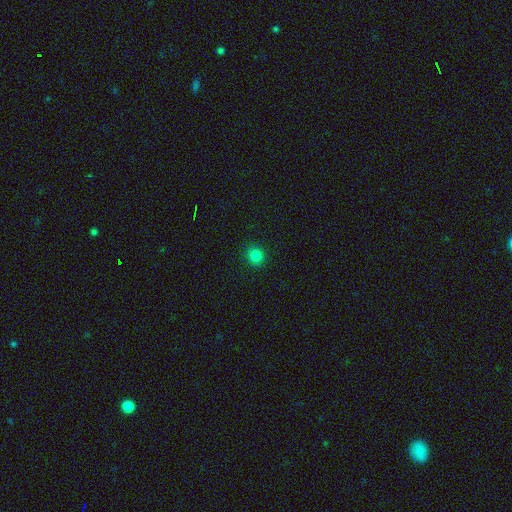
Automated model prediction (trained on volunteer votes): Overall: smooth (82%). How rounded: round (91%). Merging: none (91%).